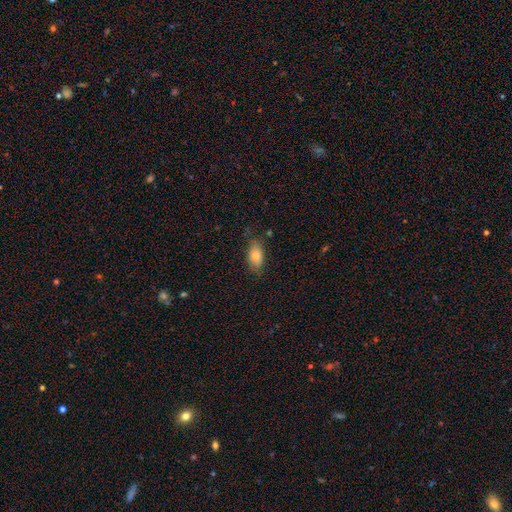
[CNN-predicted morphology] This appears to be a smooth galaxy with no disk features (79%) that is in between round and cigar-shaped (89%). Merging: none (75%).